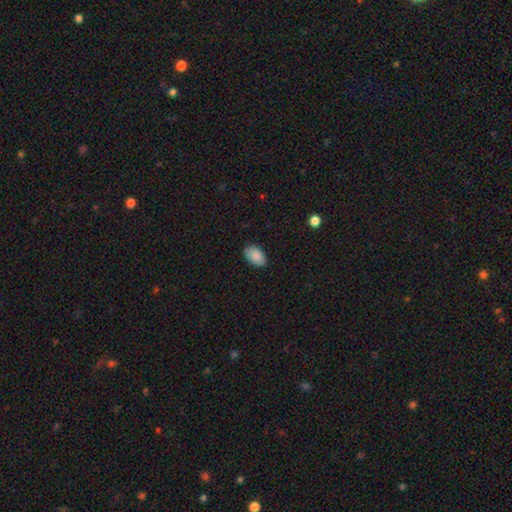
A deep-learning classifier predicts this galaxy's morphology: A smooth galaxy with no disk features (88%) that is in between round and cigar-shaped (92%).

Vote fractions:
- Smooth or featured? smooth: 88% / star or artifact: 7% / featured or disk: 6%
- How rounded? in between: 92% / round: 7% / cigar-shaped: 1%
- Merging? none: 84% / minor disturbance: 13% / major disturbance: 2% / merger: 1%